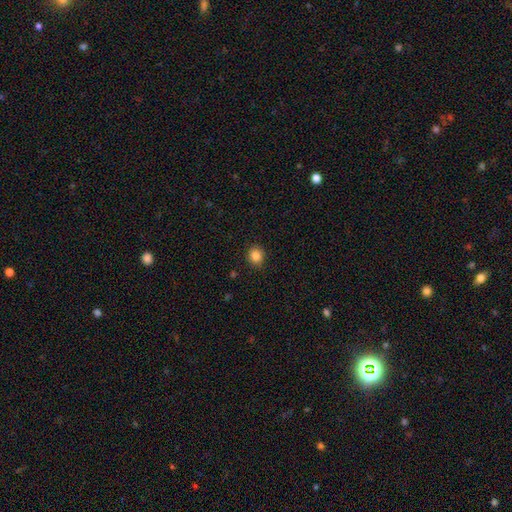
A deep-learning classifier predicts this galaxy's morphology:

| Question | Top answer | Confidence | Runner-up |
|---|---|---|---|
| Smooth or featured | smooth | 86% | star or artifact (10%) |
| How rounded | round | 75% | in between (24%) |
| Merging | none | 90% | minor disturbance (7%) |